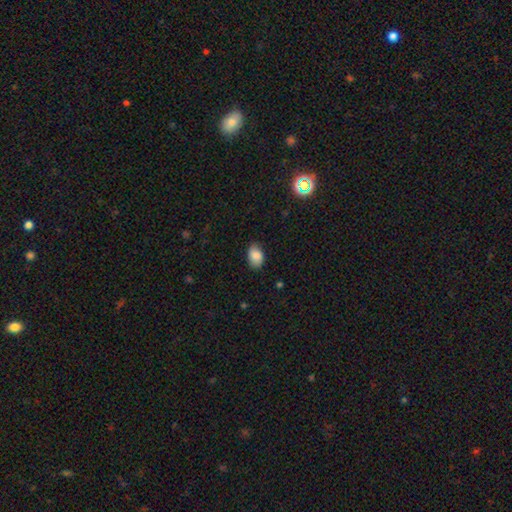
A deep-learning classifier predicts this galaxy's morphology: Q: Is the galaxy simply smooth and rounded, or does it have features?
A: smooth — 83%.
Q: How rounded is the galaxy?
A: in between — 87%.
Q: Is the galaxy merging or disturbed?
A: none — 79%.